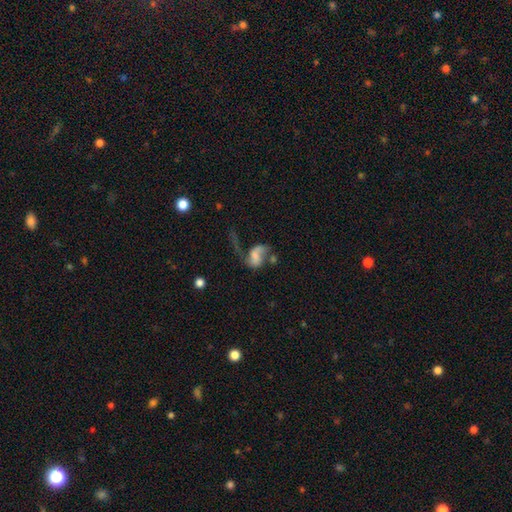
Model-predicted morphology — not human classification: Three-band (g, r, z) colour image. It shows a featured or disk galaxy (53%) with no bar (58%), spiral arms (69%) and no central bulge (39%). Merging: major disturbance (42%).